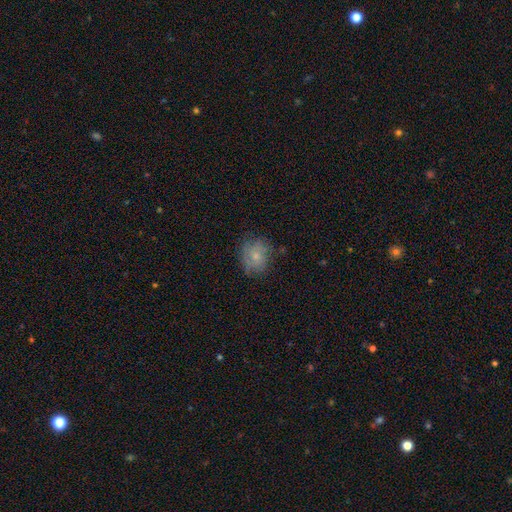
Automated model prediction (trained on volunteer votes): A smooth galaxy with no disk features (64%) that is round (67%).

Vote fractions:
- Smooth or featured? smooth: 64% / featured or disk: 27% / star or artifact: 9%
- How rounded? round: 67% / in between: 32% / cigar-shaped: 1%
- Merging? none: 66% / minor disturbance: 24% / major disturbance: 8% / merger: 2%